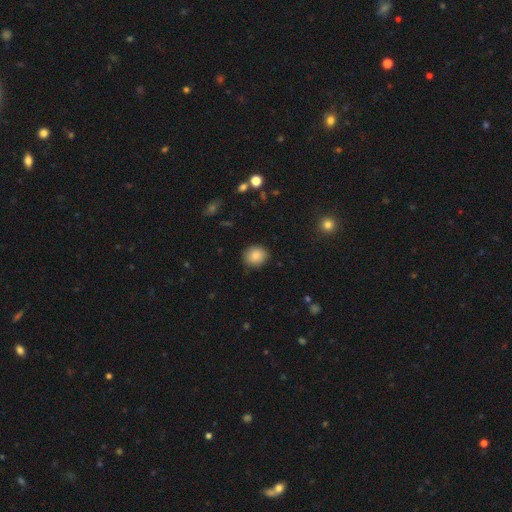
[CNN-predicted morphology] Smooth or featured? Predicted: smooth (p=0.85). How rounded? Predicted: round (p=0.79). Merging? Predicted: none (p=0.87).